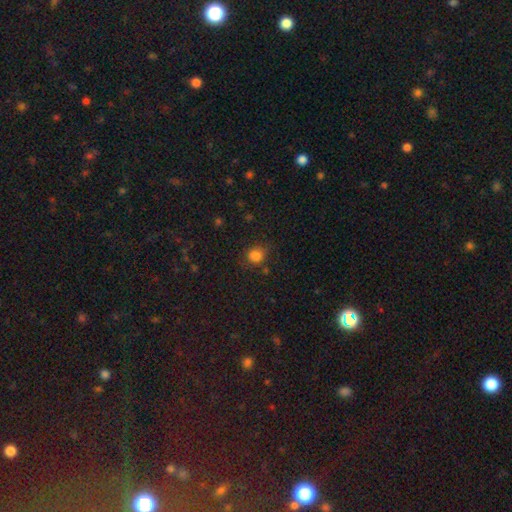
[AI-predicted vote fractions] smooth-or-featured: smooth: 82% | star or artifact: 13% | featured or disk: 5%
  how-rounded: round: 68% | in between: 31% | cigar-shaped: 1%
  merging: none: 70% | minor disturbance: 20% | major disturbance: 7% | merger: 3%